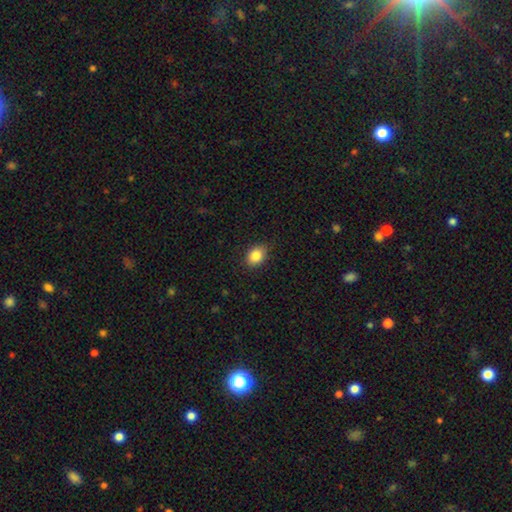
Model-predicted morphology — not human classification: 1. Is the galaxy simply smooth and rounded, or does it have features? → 85% smooth, 9% star or artifact, 6% featured or disk.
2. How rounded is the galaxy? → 66% in between, 33% round, 1% cigar-shaped.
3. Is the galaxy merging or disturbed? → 84% none, 13% minor disturbance, 2% major disturbance, 1% merger.